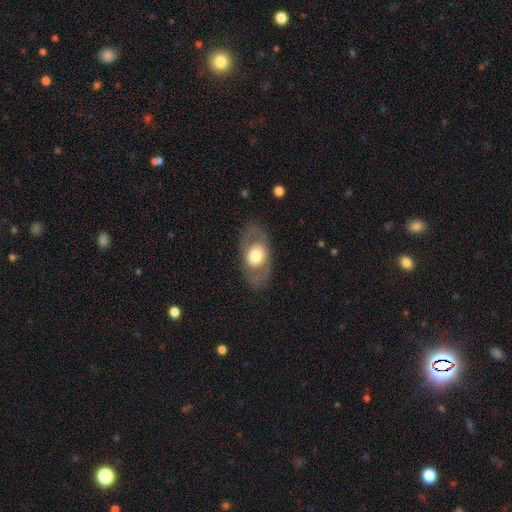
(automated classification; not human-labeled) smooth-or-featured: smooth: 49% | featured or disk: 45% | star or artifact: 6%
  merging: none: 80% | minor disturbance: 12% | major disturbance: 7% | merger: 1%